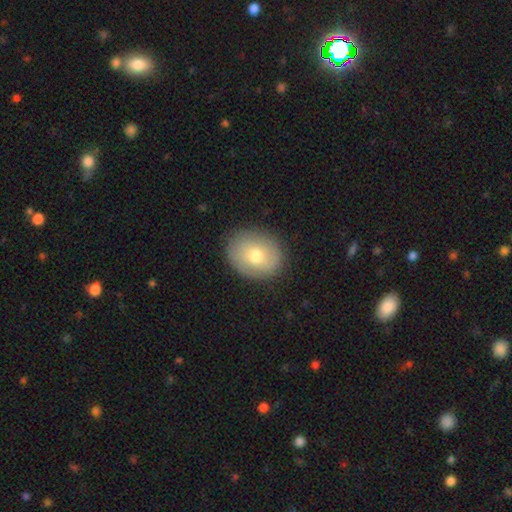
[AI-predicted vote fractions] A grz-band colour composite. It shows a smooth galaxy with no disk features (67%) that is round (55%). Merging: none (85%).